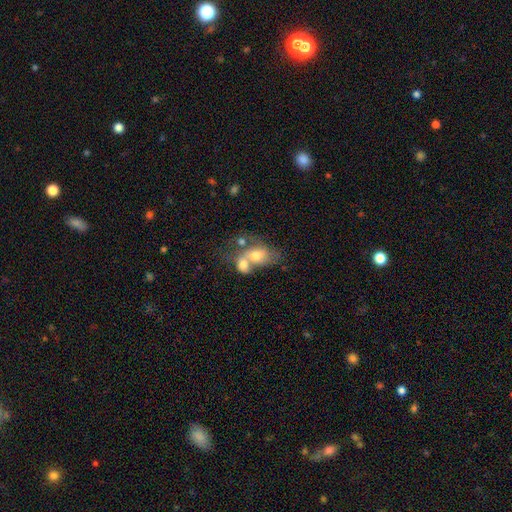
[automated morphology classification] smooth_or_featured: smooth (p=0.59) [alt: featured or disk p=0.32]
how_rounded: in between (p=0.64) [alt: round p=0.34]
merging: merger (p=0.70) [alt: none p=0.14]